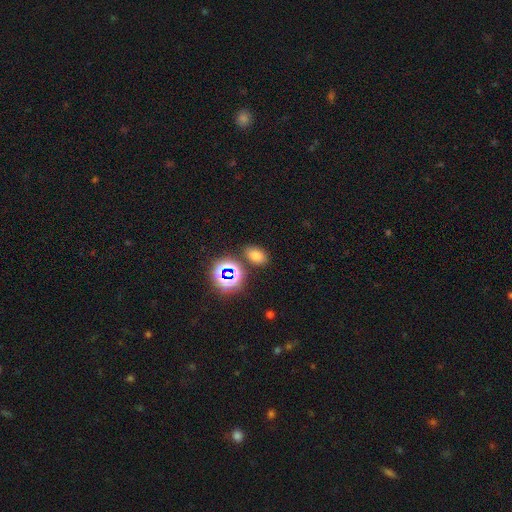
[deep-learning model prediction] Overall: smooth (69%). How rounded: in between (79%). Merging: none (81%).